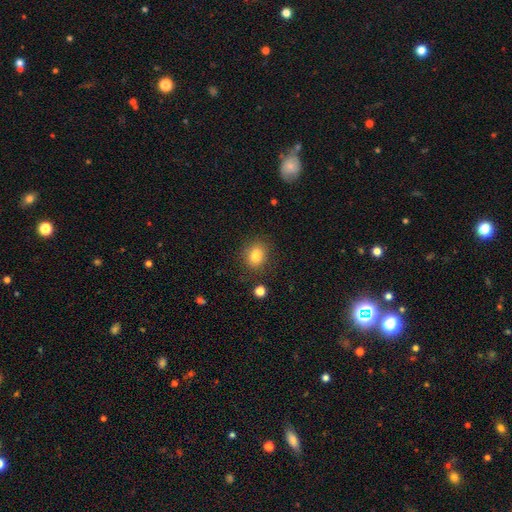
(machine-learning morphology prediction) smooth_or_featured: smooth (p=0.83) [alt: star or artifact p=0.10]
how_rounded: in between (p=0.51) [alt: round p=0.48]
merging: none (p=0.82) [alt: minor disturbance p=0.12]